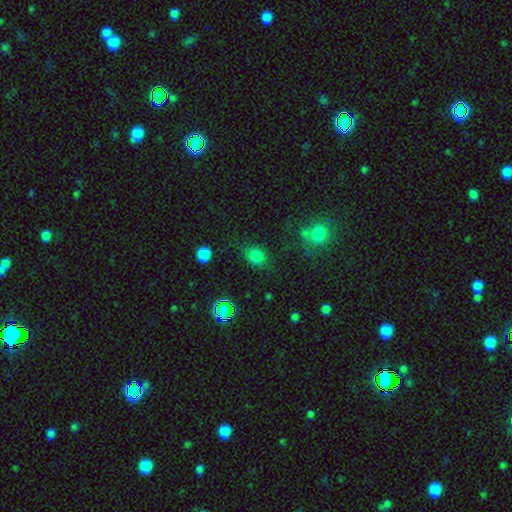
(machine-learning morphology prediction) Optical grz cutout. It shows a smooth galaxy with no disk features (76%) that is round (63%). Merging: none (72%).